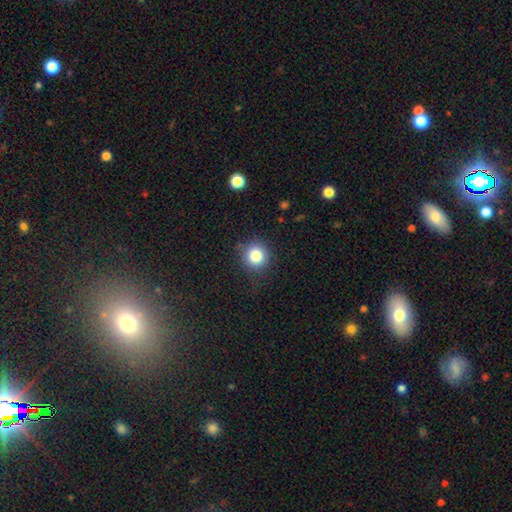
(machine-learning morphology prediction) This is clearly a smooth galaxy (83%). How rounded: clearly round (90%). Merging: clearly none (82%).